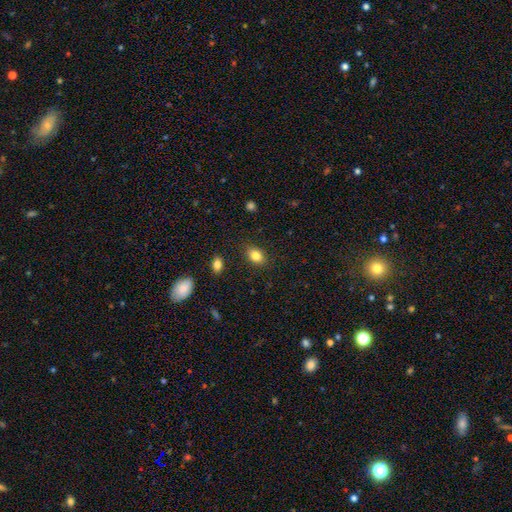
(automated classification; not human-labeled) Smooth or featured?
  - smooth: 83% *
  - star or artifact: 9%
  - featured or disk: 8%
How rounded?
  - in between: 78% *
  - round: 20%
  - cigar-shaped: 2%
Merging?
  - none: 86% *
  - minor disturbance: 10%
  - major disturbance: 3%
  - merger: 1%